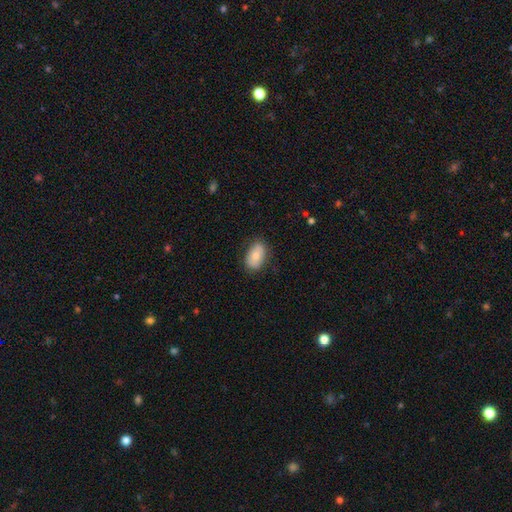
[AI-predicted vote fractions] Smooth or featured: smooth — 73% (featured or disk — 20%)
How rounded: in between — 90% (round — 9%)
Merging: none — 80% (minor disturbance — 16%)